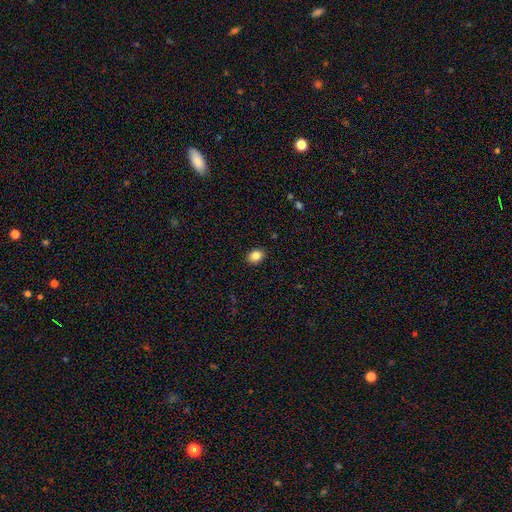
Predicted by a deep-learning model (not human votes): This appears to be a smooth galaxy with no disk features (85%) that is in between round and cigar-shaped (64%). Merging: none (90%).